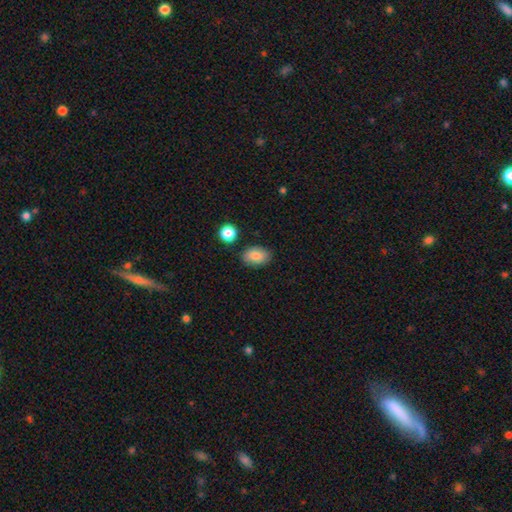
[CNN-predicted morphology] The model was most divided on "merging": none: 83%, minor disturbance: 11%, merger: 3%, major disturbance: 3%. More confident: how rounded — in between (86%); smooth or featured — smooth (85%).